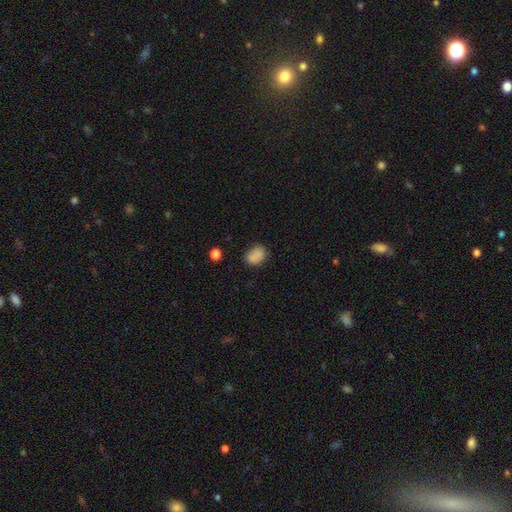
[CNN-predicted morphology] smooth 84%, star or artifact 10%, featured or disk 5%. Down the decision tree: how rounded — in between (67%); merging — none (70%).